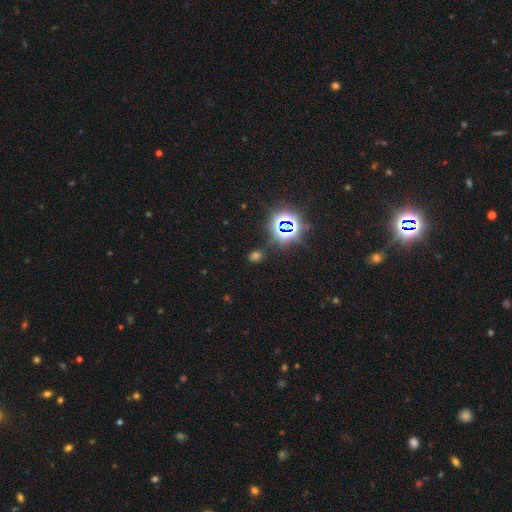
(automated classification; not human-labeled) Overall: star or artifact (49%; smooth 45%).